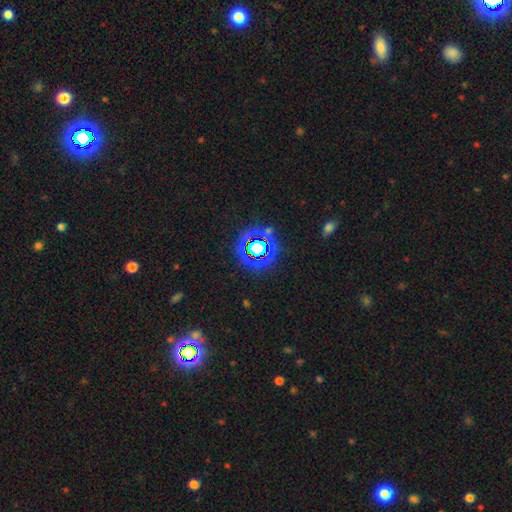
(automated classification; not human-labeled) Smooth or featured: star or artifact — 76% (smooth — 16%)